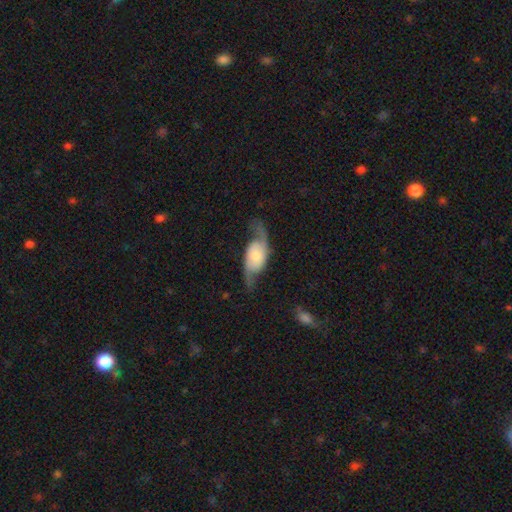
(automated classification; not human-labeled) Smooth or featured? featured or disk (72%)
Edge-on disk? no (90%)
Bar? no (65%)
Spiral arms? yes (92%)
Spiral winding? loose (67%)
Spiral arm count? 2 (90%)
Bulge size? small (44%)
Merging? none (60%)